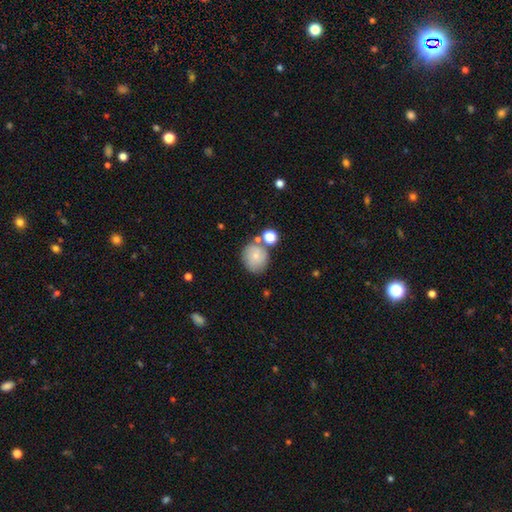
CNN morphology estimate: Smooth or featured?
  - smooth: 70% *
  - featured or disk: 21%
  - star or artifact: 9%
How rounded?
  - round: 74% *
  - in between: 25%
  - cigar-shaped: 1%
Merging?
  - none: 61% *
  - merger: 18%
  - minor disturbance: 16%
  - major disturbance: 5%